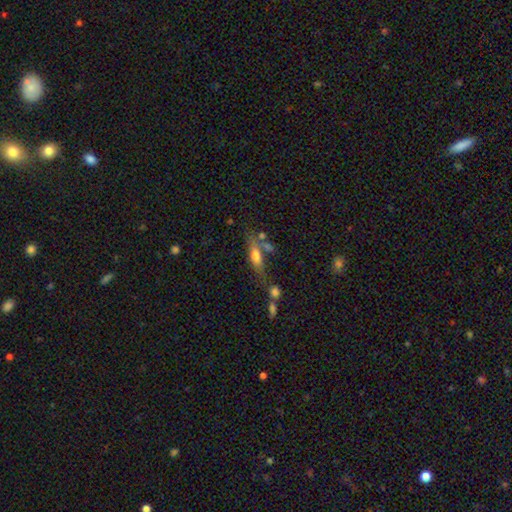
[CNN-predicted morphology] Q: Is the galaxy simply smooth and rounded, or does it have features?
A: smooth — 59%.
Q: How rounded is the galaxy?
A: cigar-shaped — 51%.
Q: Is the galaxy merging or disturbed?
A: none — 53%.